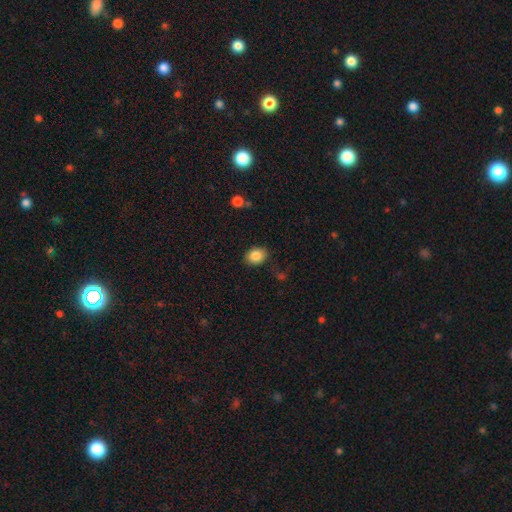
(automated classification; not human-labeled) Q: Smooth or featured?
A: smooth (86%); runner-up: star or artifact (9%)
Q: How rounded?
A: in between (55%); runner-up: round (44%)
Q: Merging?
A: none (83%); runner-up: minor disturbance (12%)